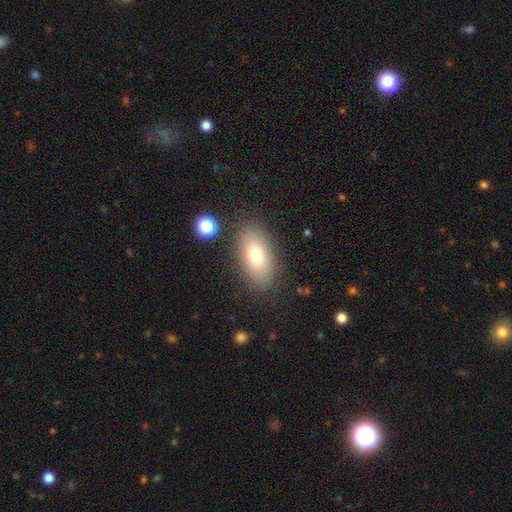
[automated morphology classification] smooth_or_featured: smooth (p=0.74) [alt: featured or disk p=0.17]
how_rounded: in between (p=0.89) [alt: round p=0.06]
merging: none (p=0.84) [alt: minor disturbance p=0.10]